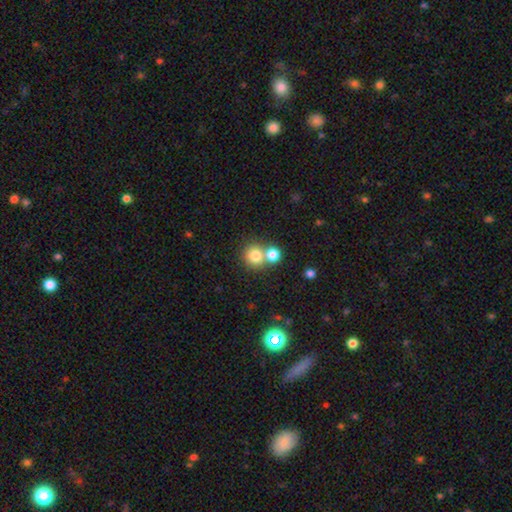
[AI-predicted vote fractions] The model was most divided on "merging": none: 49%, merger: 42%, minor disturbance: 6%, major disturbance: 2%. More confident: how rounded — round (89%); smooth or featured — smooth (78%).